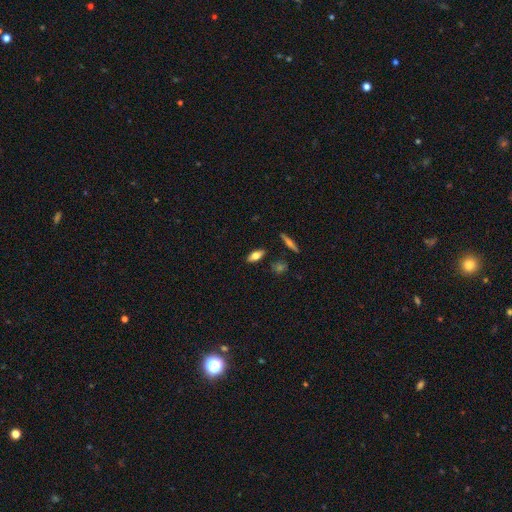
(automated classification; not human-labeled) smooth_or_featured: smooth (p=0.64) [alt: featured or disk p=0.28]
how_rounded: in between (p=0.76) [alt: cigar-shaped p=0.21]
merging: none (p=0.85) [alt: minor disturbance p=0.10]